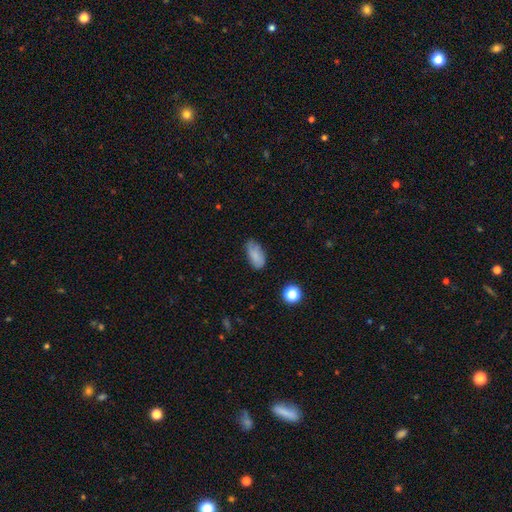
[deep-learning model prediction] Smooth or featured?
  - smooth: 80% *
  - featured or disk: 11%
  - star or artifact: 9%
How rounded?
  - in between: 91% *
  - cigar-shaped: 5%
  - round: 4%
Merging?
  - none: 66% *
  - minor disturbance: 27%
  - major disturbance: 6%
  - merger: 2%